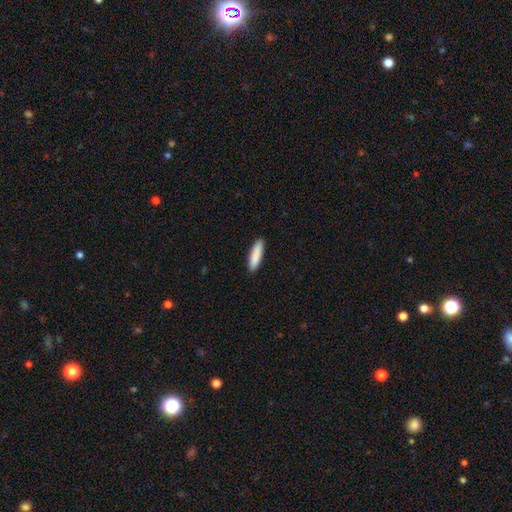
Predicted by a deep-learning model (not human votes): Smooth or featured? Predicted: smooth (p=0.88). How rounded? Predicted: cigar-shaped (p=0.70). Merging? Predicted: none (p=0.90).